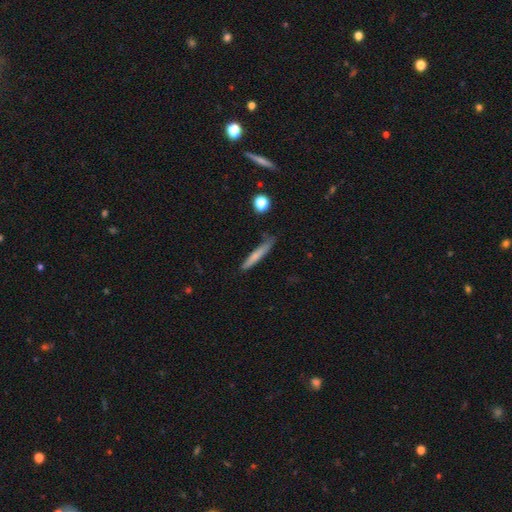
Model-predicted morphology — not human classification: Smooth or featured? smooth (69%)
How rounded? cigar-shaped (93%)
Merging? none (73%)